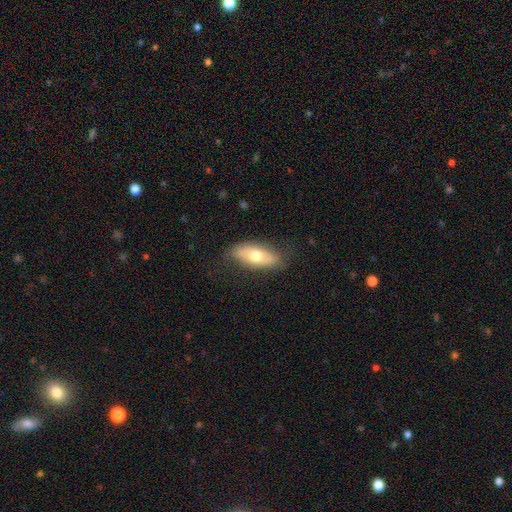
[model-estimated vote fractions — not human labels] smooth_or_featured: smooth (p=0.63) [alt: featured or disk p=0.31]
how_rounded: in between (p=0.80) [alt: cigar-shaped p=0.17]
merging: none (p=0.75) [alt: minor disturbance p=0.19]